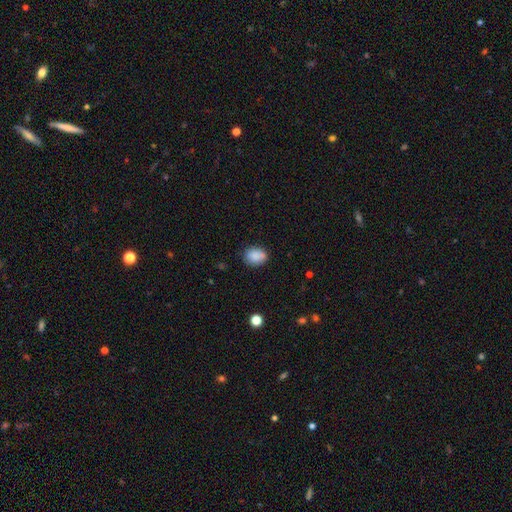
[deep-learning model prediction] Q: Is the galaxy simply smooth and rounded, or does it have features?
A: smooth — 86%.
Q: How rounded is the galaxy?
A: in between — 62%.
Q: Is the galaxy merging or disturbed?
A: none — 74%.